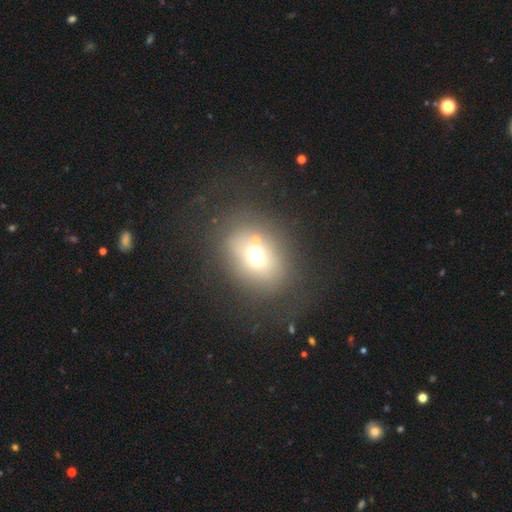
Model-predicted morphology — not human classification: smooth 63%, featured or disk 20%, star or artifact 18%. Down the decision tree: how rounded — in between (49%, tied with round); merging — none (64%).